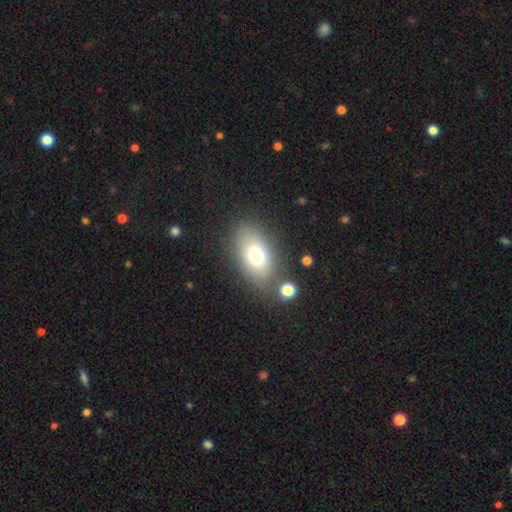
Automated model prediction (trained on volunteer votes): Smooth or featured? smooth (71%)
How rounded? in between (84%)
Merging? none (77%)